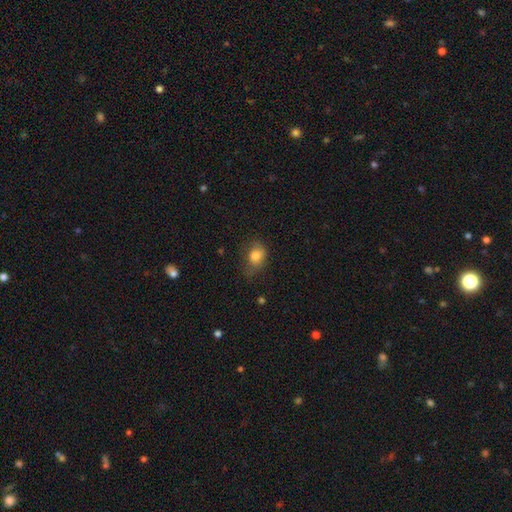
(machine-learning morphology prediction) smooth 81%, star or artifact 9%, featured or disk 9%. Down the decision tree: how rounded — in between (59%); merging — none (52%).